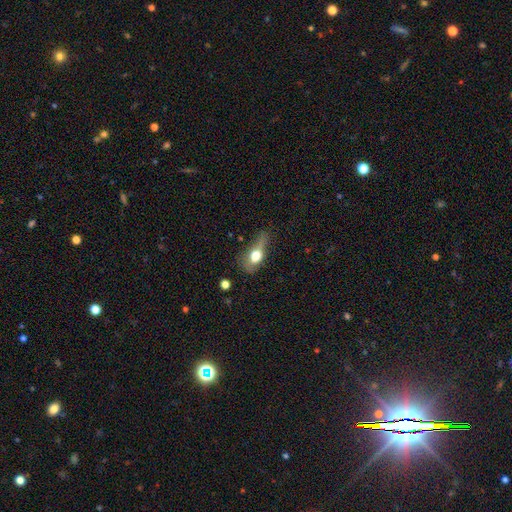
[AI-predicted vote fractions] smooth-or-featured: smooth: 60% | featured or disk: 30% | star or artifact: 10%
  how-rounded: in between: 69% | round: 20% | cigar-shaped: 11%
  merging: major disturbance: 36% | minor disturbance: 31% | none: 28% | merger: 5%